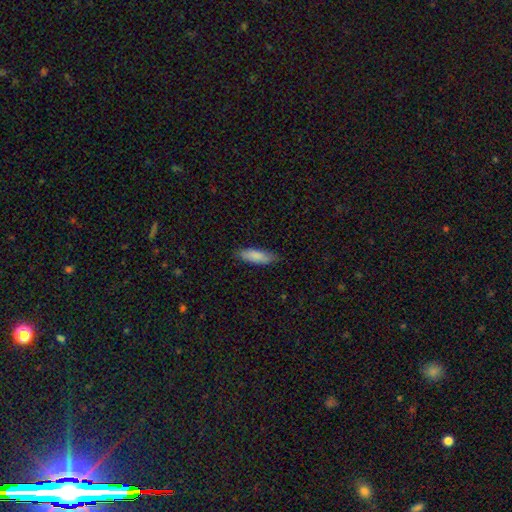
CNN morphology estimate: smooth_or_featured: smooth (p=0.86) [alt: featured or disk p=0.09]
how_rounded: in between (p=0.55) [alt: cigar-shaped p=0.43]
merging: none (p=0.82) [alt: minor disturbance p=0.14]